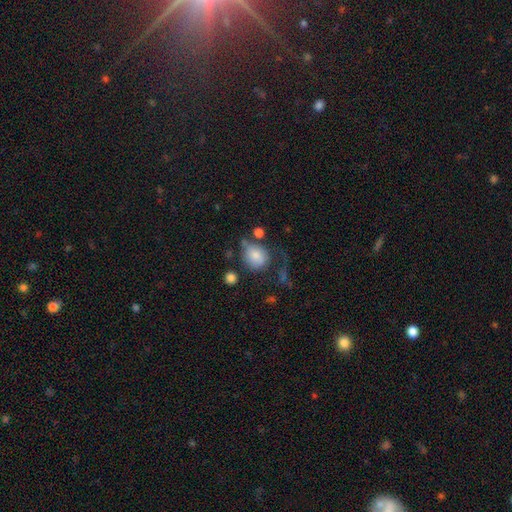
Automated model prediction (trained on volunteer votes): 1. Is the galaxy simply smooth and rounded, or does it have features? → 75% smooth, 16% featured or disk, 9% star or artifact.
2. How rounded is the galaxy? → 58% round, 41% in between, 1% cigar-shaped.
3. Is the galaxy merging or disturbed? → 39% none, 26% major disturbance, 25% minor disturbance, 10% merger.